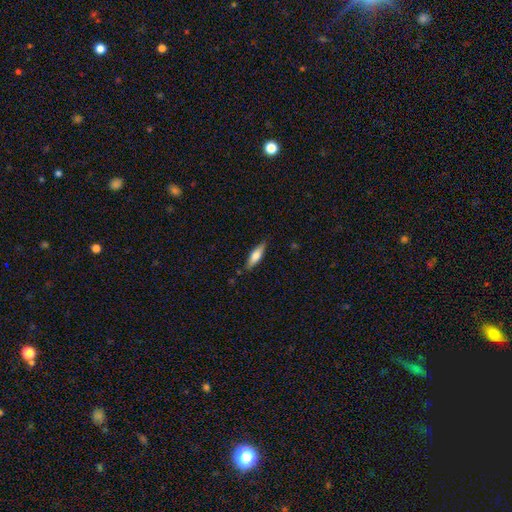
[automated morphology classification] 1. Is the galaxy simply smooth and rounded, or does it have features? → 69% smooth, 25% featured or disk, 6% star or artifact.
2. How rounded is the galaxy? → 52% cigar-shaped, 46% in between, 2% round.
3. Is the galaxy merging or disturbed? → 82% none, 13% minor disturbance, 3% major disturbance, 2% merger.